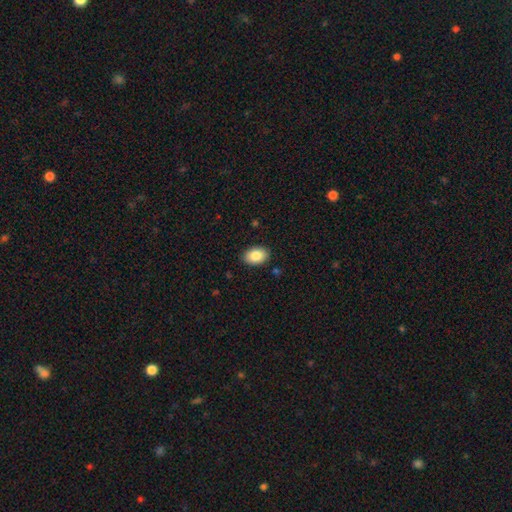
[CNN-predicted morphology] Smooth or featured? Predicted: smooth (p=0.86). How rounded? Predicted: in between (p=0.85). Merging? Predicted: none (p=0.88).